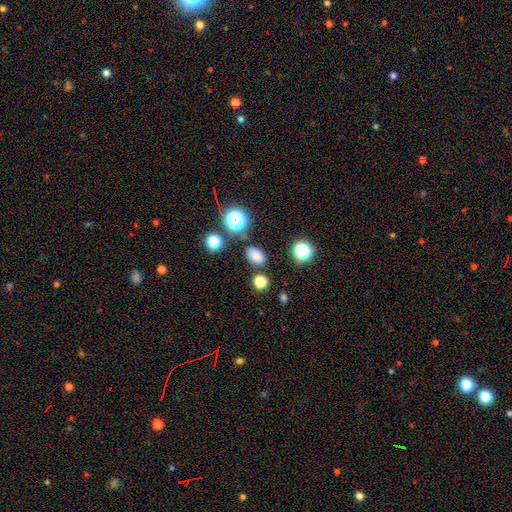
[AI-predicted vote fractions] Overall: smooth (76%). How rounded: in between (78%). Merging: none (79%).